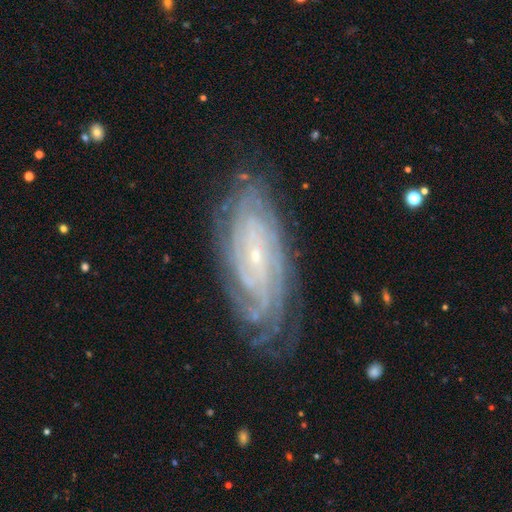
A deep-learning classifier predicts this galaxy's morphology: type=featured or disk (89%); edge-on=no (93%); bar=no (62%); spiral arms=yes (98%); winding=tight (84%); arm count=can't tell (26%); bulge=small (85%); merging=none (79%).